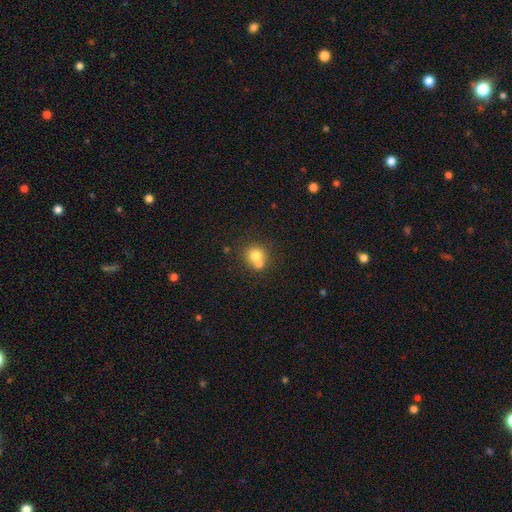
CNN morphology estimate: A smooth galaxy with no disk features (73%) that is round (85%).

Vote fractions:
- Smooth or featured? smooth: 73% / featured or disk: 16% / star or artifact: 11%
- How rounded? round: 85% / in between: 14% / cigar-shaped: 1%
- Merging? merger: 49% / none: 41% / minor disturbance: 7% / major disturbance: 3%